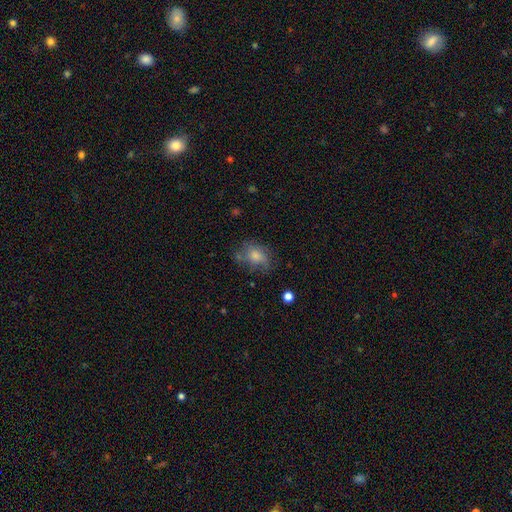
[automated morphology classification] smooth 64%, featured or disk 26%, star or artifact 10%. Down the decision tree: how rounded — in between (66%); merging — none (52%).